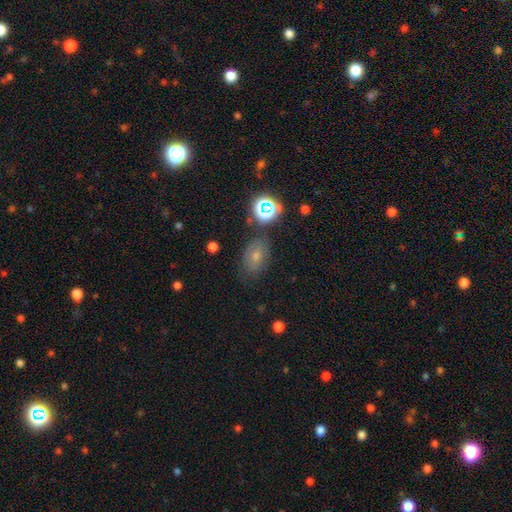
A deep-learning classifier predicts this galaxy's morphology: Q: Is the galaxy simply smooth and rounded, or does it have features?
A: smooth — 59%.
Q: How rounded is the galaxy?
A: in between — 75%.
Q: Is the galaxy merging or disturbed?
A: none — 73%.